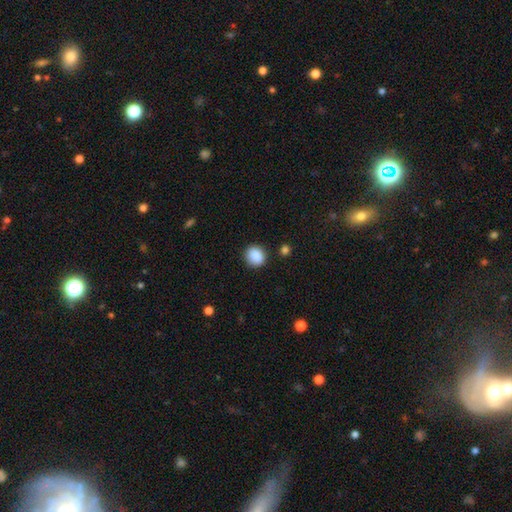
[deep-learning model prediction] This is clearly a smooth galaxy (89%). How rounded: likely round (73%). Merging: clearly none (86%).